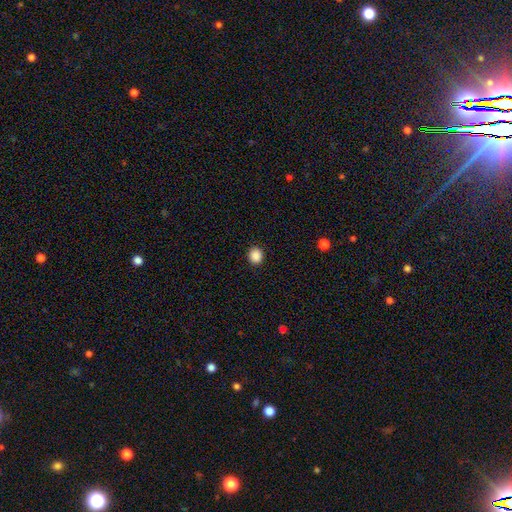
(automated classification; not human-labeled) Smooth or featured?
  - smooth: 88% *
  - star or artifact: 10%
  - featured or disk: 2%
How rounded?
  - round: 82% *
  - in between: 17%
  - cigar-shaped: 1%
Merging?
  - none: 92% *
  - minor disturbance: 5%
  - major disturbance: 2%
  - merger: 1%